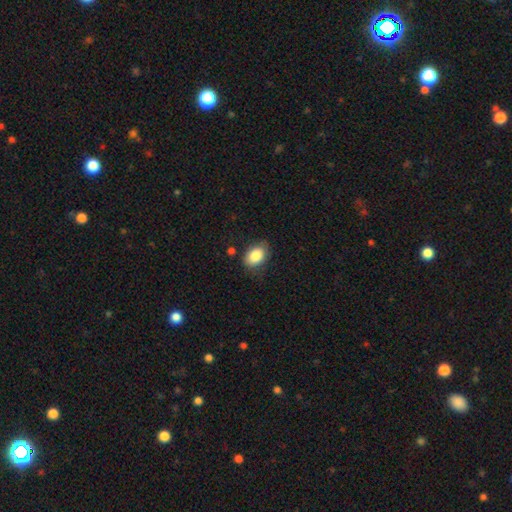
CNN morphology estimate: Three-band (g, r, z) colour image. It shows a smooth galaxy with no disk features (85%) that is in between round and cigar-shaped (84%). Merging: none (75%).